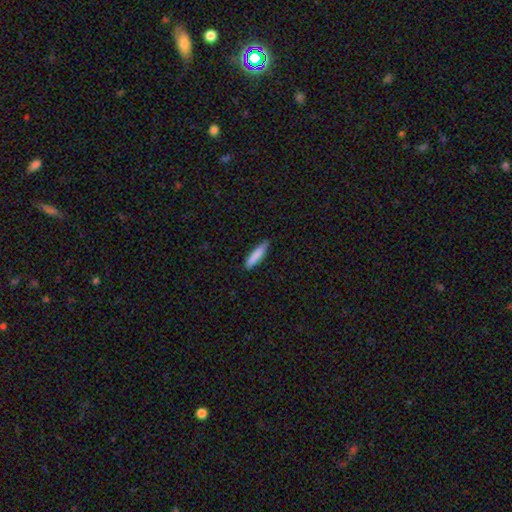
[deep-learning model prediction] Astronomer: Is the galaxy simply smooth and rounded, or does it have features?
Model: smooth — 84%.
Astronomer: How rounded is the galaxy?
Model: cigar-shaped — 84%.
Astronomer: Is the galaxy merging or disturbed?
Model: none — 83%.